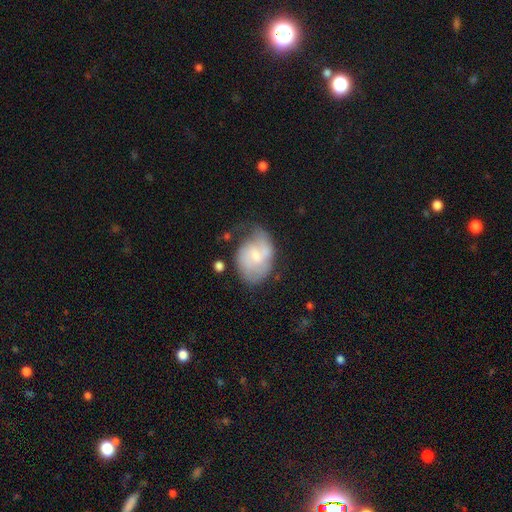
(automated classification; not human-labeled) featured or disk 58%, smooth 35%, star or artifact 7%. Down the decision tree: edge-on disk — no (97%); bar — weak (53%); spiral arms — yes (79%); bulge size — small (48%); merging — none (42%).